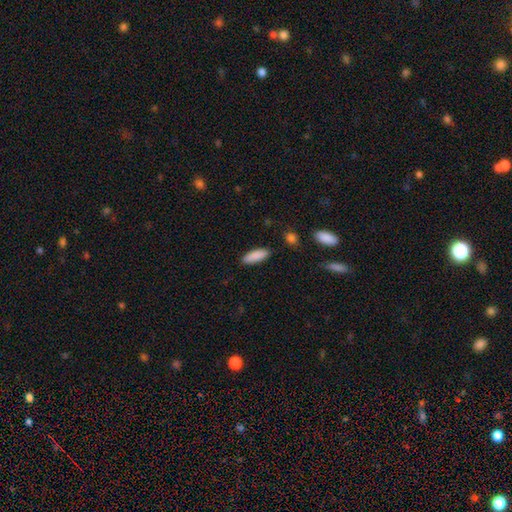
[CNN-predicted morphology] Smooth or featured: smooth — 89% (star or artifact — 6%)
How rounded: in between — 62% (cigar-shaped — 36%)
Merging: none — 87% (minor disturbance — 9%)